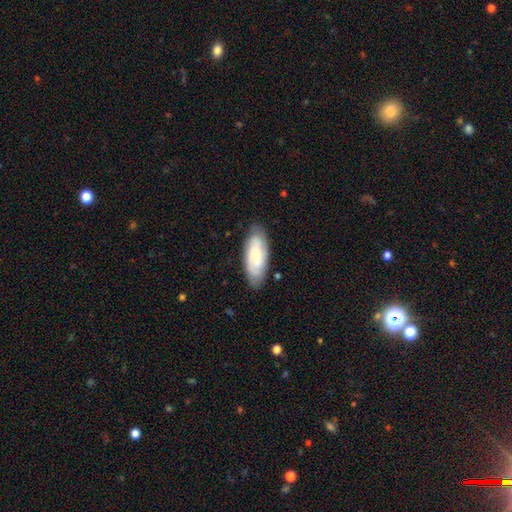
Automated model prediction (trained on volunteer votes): Smooth or featured? featured or disk (51%)
Edge-on disk? no (89%)
Merging? none (81%)